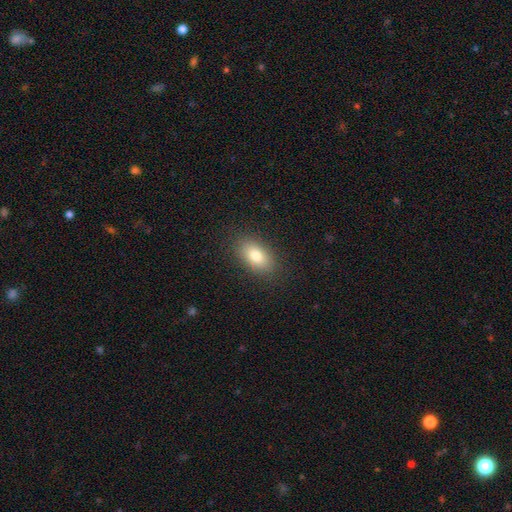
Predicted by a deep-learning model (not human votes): Overall: smooth (79%). How rounded: in between (89%). Merging: none (86%).